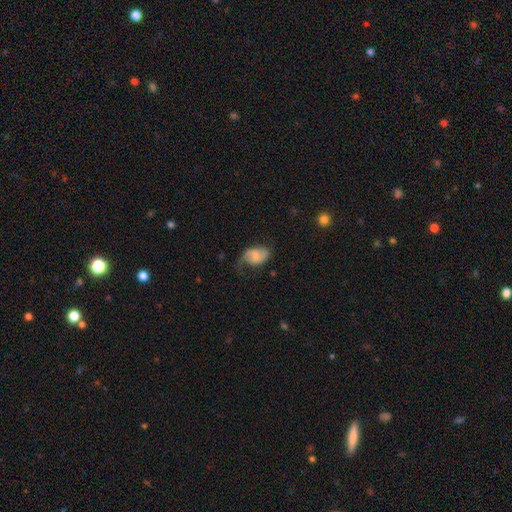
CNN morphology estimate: Q: Smooth or featured?
A: featured or disk (55%); runner-up: smooth (37%)
Q: Edge-on disk?
A: no (97%); runner-up: yes (3%)
Q: Bar?
A: no (48%); runner-up: weak (41%)
Q: Spiral arms?
A: yes (88%); runner-up: no (12%)
Q: Bulge size?
A: small (44%); runner-up: moderate (29%)
Q: Merging?
A: none (46%); runner-up: minor disturbance (31%)